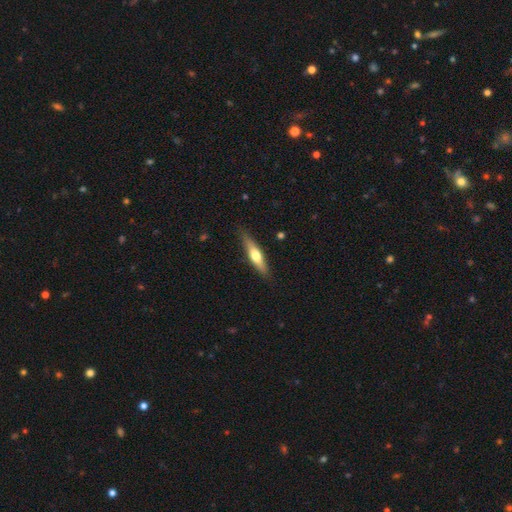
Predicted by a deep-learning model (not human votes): Smooth or featured: smooth — 49% (featured or disk — 45%)
Merging: none — 84% (minor disturbance — 12%)